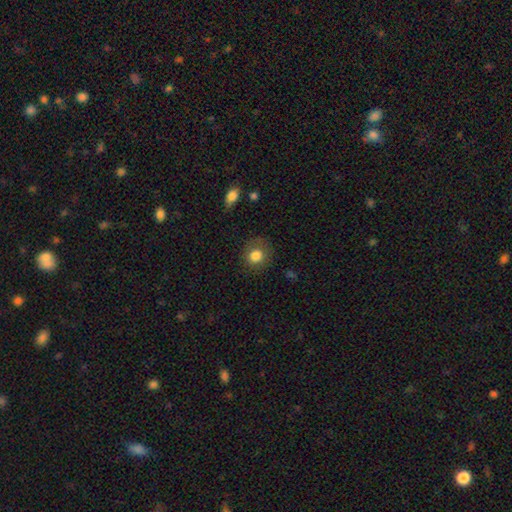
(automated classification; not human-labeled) Morphology: type=smooth (82%); roundness=round (78%); merging=none (75%).